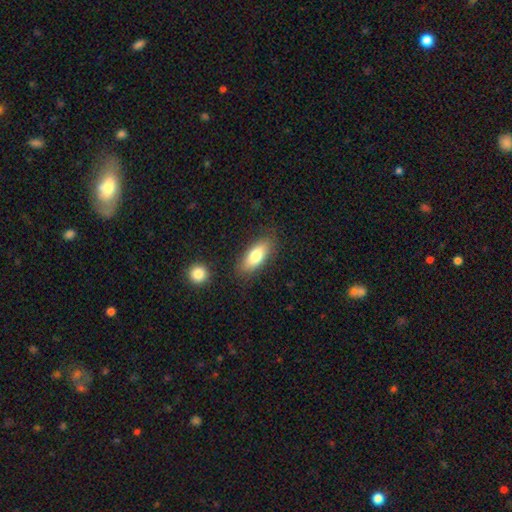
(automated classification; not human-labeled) Smooth or featured: smooth — 77% (featured or disk — 16%)
How rounded: in between — 79% (cigar-shaped — 18%)
Merging: none — 82% (minor disturbance — 12%)